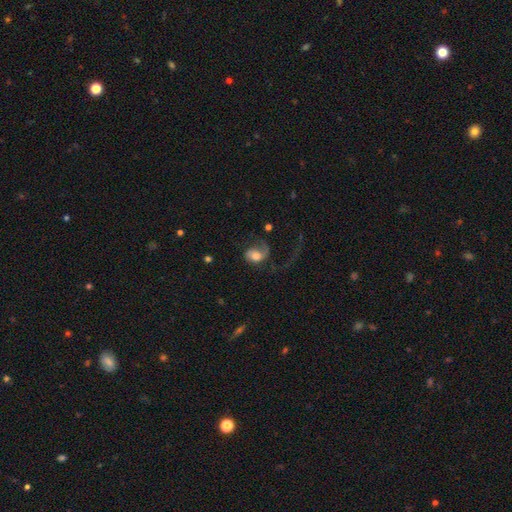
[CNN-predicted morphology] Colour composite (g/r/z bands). It shows a featured or disk galaxy (54%) with no bar (69%), spiral arms (84%) and a moderate central bulge (42%). Merging: major disturbance (48%).